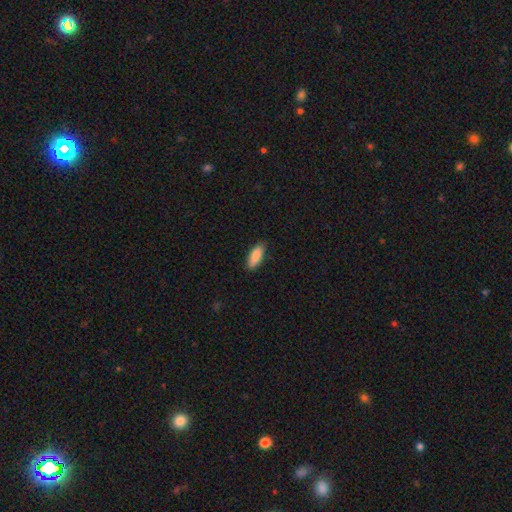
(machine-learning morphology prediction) smooth_or_featured: smooth (p=0.88) [alt: featured or disk p=0.06]
how_rounded: in between (p=0.71) [alt: cigar-shaped p=0.27]
merging: none (p=0.86) [alt: minor disturbance p=0.11]